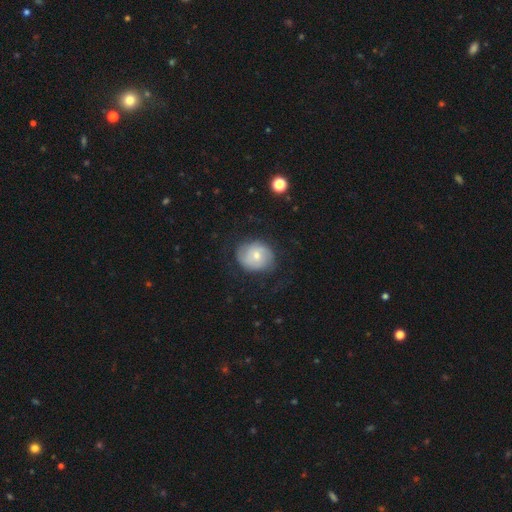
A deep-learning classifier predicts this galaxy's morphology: Smooth or featured?
  - featured or disk: 47% *
  - smooth: 46%
  - star or artifact: 7%
Merging?
  - none: 69% *
  - minor disturbance: 20%
  - major disturbance: 10%
  - merger: 1%